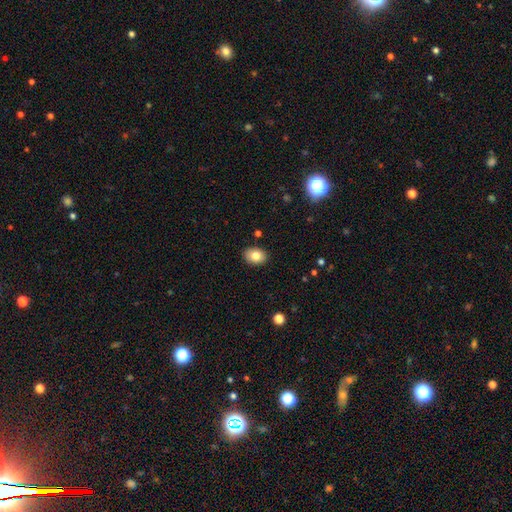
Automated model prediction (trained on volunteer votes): A smooth galaxy with no disk features (81%) that is in between round and cigar-shaped (71%). Merging: none (88%).